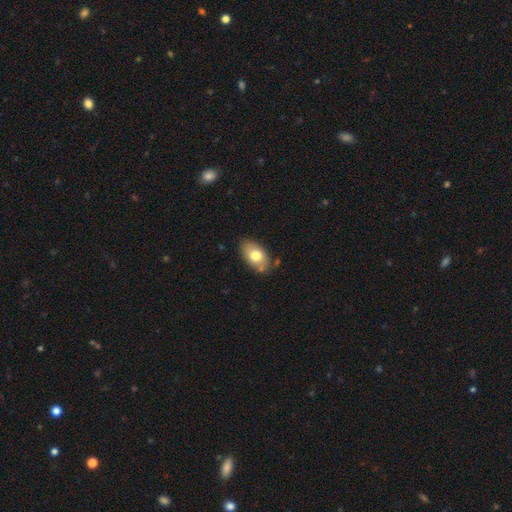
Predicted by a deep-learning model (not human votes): Q: Smooth or featured?
A: smooth (74%); runner-up: featured or disk (19%)
Q: How rounded?
A: in between (89%); runner-up: round (9%)
Q: Merging?
A: none (74%); runner-up: minor disturbance (18%)